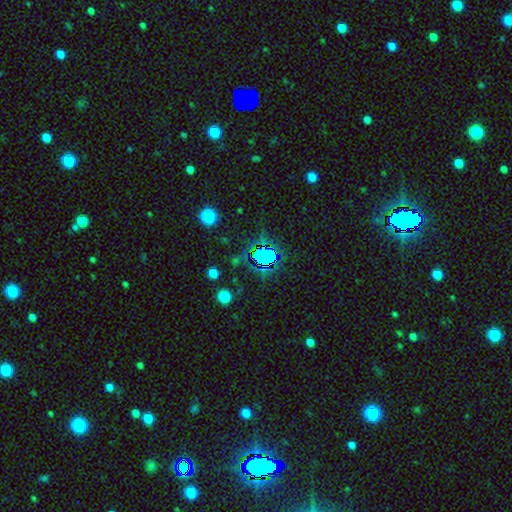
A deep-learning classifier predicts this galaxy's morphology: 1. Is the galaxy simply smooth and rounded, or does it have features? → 64% star or artifact, 25% smooth, 12% featured or disk.